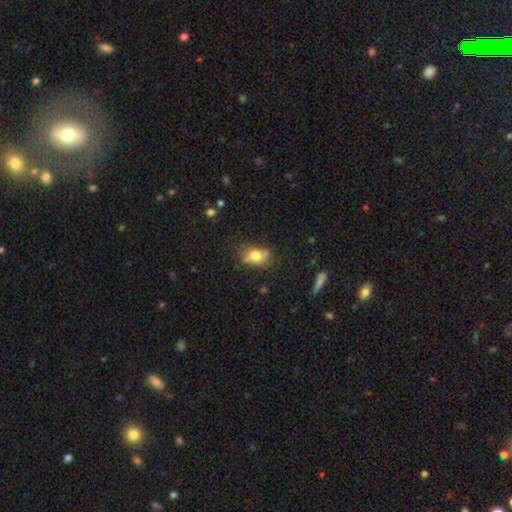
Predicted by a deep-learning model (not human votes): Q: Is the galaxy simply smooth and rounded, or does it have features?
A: smooth — 65%.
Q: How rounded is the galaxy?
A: in between — 69%.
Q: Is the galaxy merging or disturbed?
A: none — 57%.